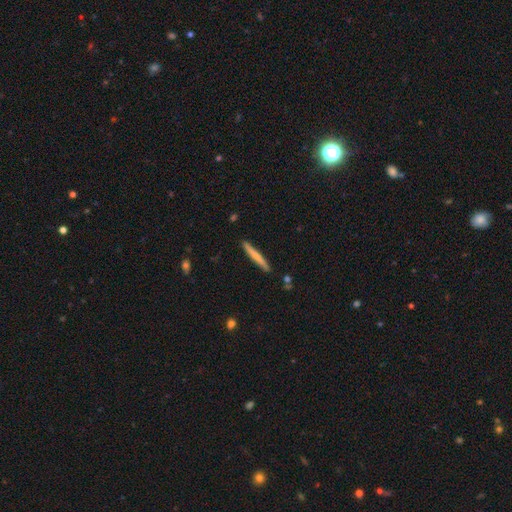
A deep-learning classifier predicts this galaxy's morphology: Overall: smooth (65%; featured or disk 30%). How rounded: cigar-shaped (96%). Merging: none (89%).